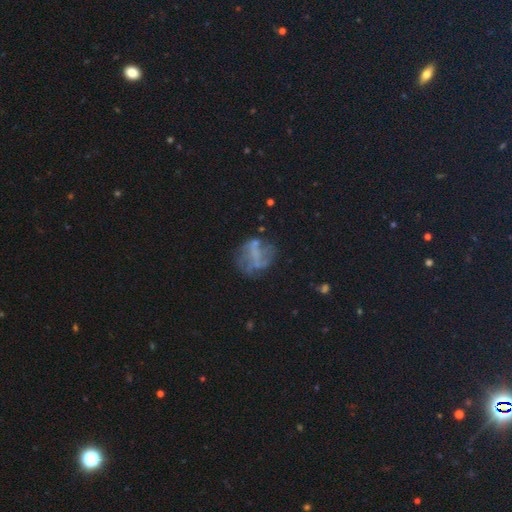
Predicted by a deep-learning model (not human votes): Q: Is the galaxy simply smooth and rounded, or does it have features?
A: featured or disk — 58%.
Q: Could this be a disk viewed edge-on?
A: no — 98%.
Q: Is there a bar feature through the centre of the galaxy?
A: no — 68%.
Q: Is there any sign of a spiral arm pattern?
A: no — 71%.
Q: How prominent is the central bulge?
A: none — 72%.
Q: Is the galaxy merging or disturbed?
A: none — 52%.